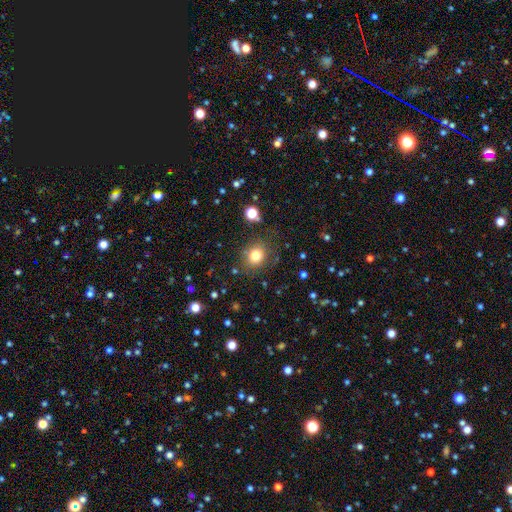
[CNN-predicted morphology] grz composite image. It shows a smooth galaxy with no disk features (79%) that is round (71%). Merging: none (79%).